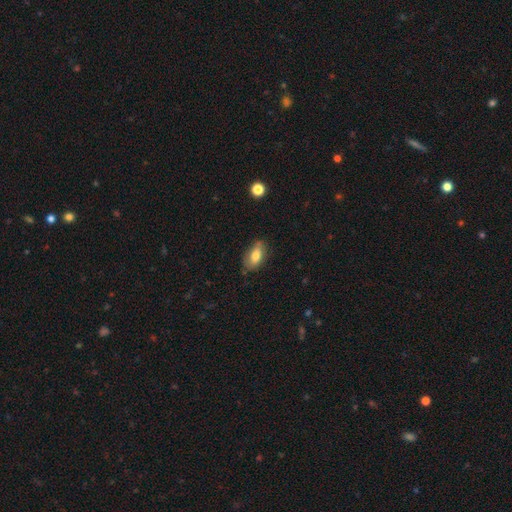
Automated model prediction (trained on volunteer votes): Q: Smooth or featured?
A: smooth (76%); runner-up: featured or disk (17%)
Q: How rounded?
A: in between (89%); runner-up: cigar-shaped (7%)
Q: Merging?
A: none (69%); runner-up: minor disturbance (24%)